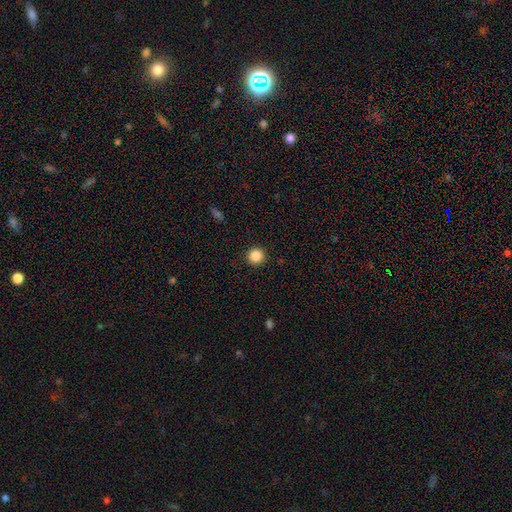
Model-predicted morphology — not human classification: A smooth galaxy with no disk features (86%) that is round (95%). Merging: none (92%).